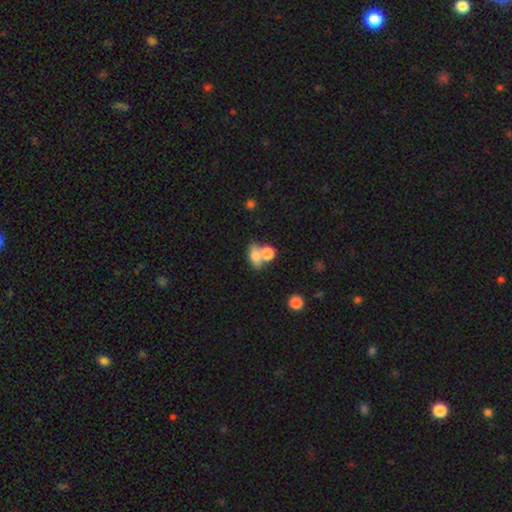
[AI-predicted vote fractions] Morphology: type=smooth (70%); roundness=in between (64%); merging=merger (48%).